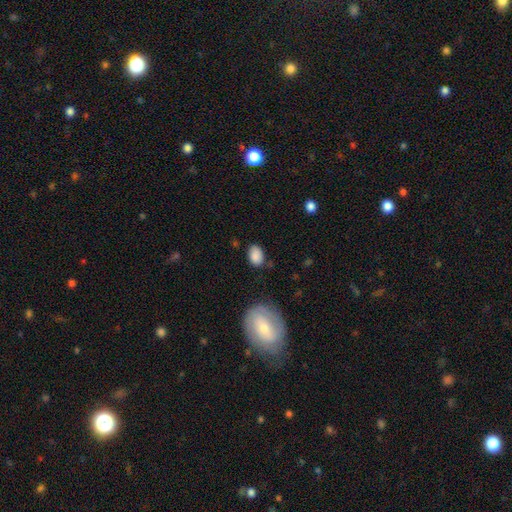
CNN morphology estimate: The model was most divided on "merging": none: 74%, minor disturbance: 18%, major disturbance: 4%, merger: 3%. More confident: smooth or featured — smooth (87%); how rounded — in between (83%).